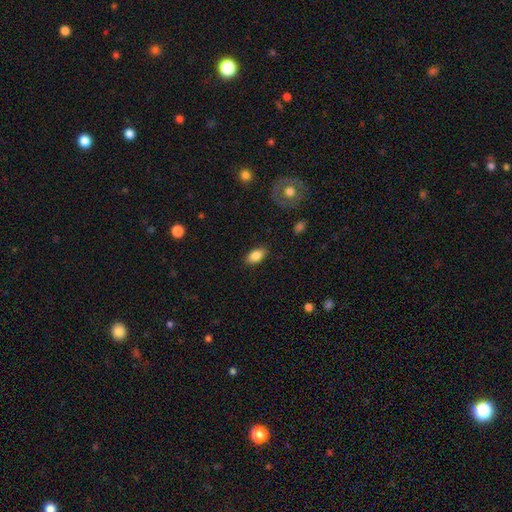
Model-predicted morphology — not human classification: smooth 85%, star or artifact 8%, featured or disk 7%. Down the decision tree: how rounded — in between (91%); merging — none (85%).